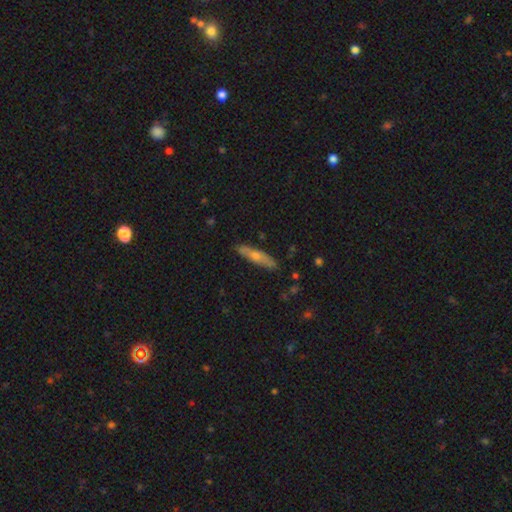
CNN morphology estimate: Overall: smooth (49%; featured or disk 45%). Merging: none (85%).